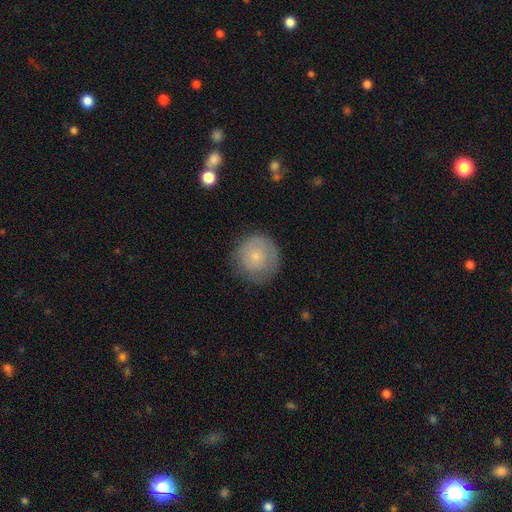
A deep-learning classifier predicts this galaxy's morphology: type=smooth (67%); roundness=round (92%); merging=none (74%).